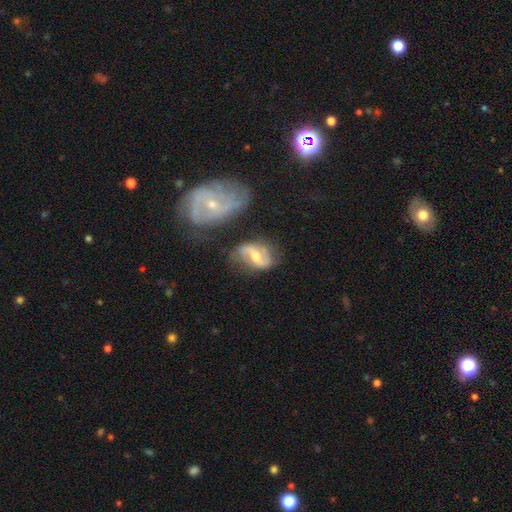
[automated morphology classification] This is likely a featured or disk galaxy (79%). It is clearly not viewed edge-on (97%). Bar: possibly weak (49%). Spiral arm pattern: clearly yes (93%). Spiral arm count: clearly 2 (89%). Spiral winding: possibly loose (47%). Central bulge: possibly moderate (58%). Merging: likely none (60%).